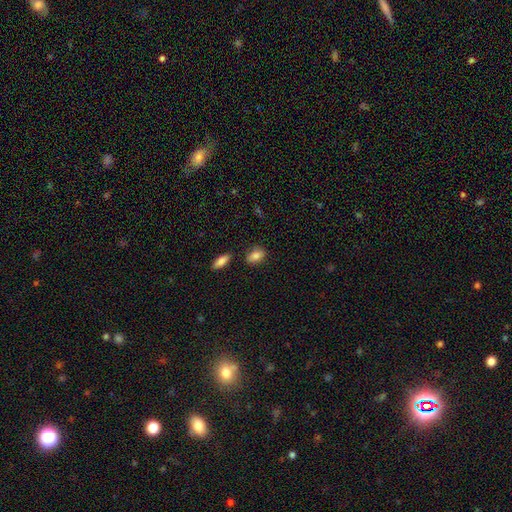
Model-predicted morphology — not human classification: Smooth or featured? Predicted: smooth (p=0.85). How rounded? Predicted: in between (p=0.83). Merging? Predicted: none (p=0.80).